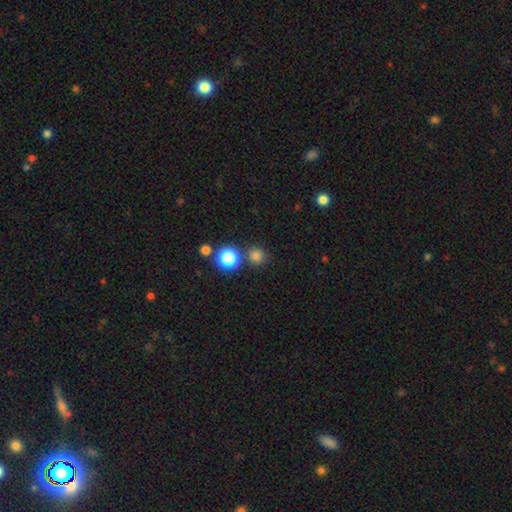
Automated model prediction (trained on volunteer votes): This appears to be a smooth galaxy with no disk features (78%) that is round (90%). Merging: none (75%).